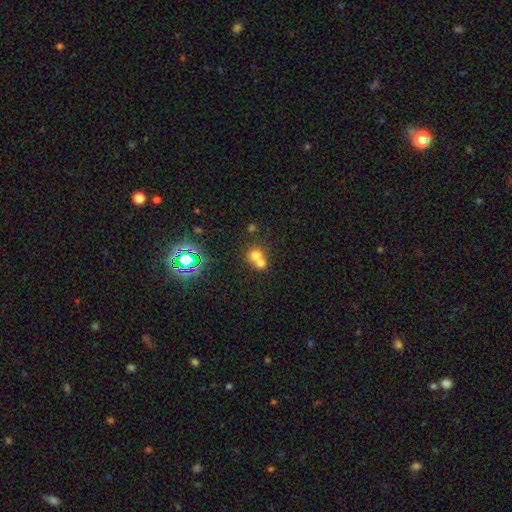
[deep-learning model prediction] Smooth or featured? smooth (67%)
How rounded? round (79%)
Merging? merger (63%)